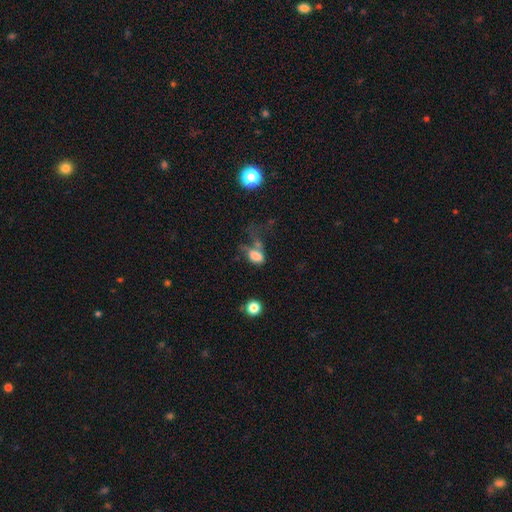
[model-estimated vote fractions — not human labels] smooth_or_featured: smooth (p=0.74) [alt: featured or disk p=0.15]
how_rounded: in between (p=0.82) [alt: round p=0.15]
merging: major disturbance (p=0.38) [alt: none p=0.22]